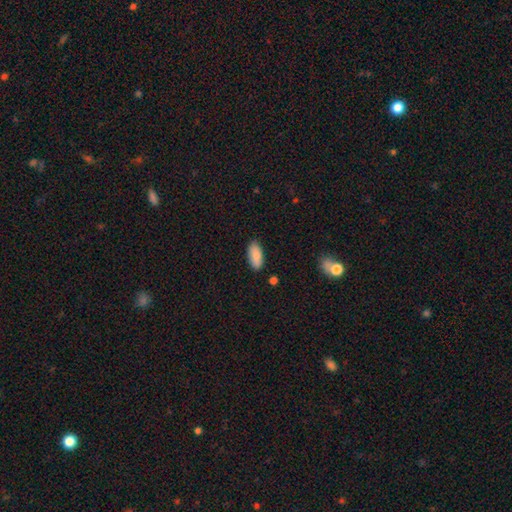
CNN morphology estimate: Smooth or featured?
  - smooth: 88% *
  - star or artifact: 6%
  - featured or disk: 5%
How rounded?
  - in between: 88% *
  - cigar-shaped: 10%
  - round: 2%
Merging?
  - none: 86% *
  - minor disturbance: 11%
  - major disturbance: 2%
  - merger: 2%